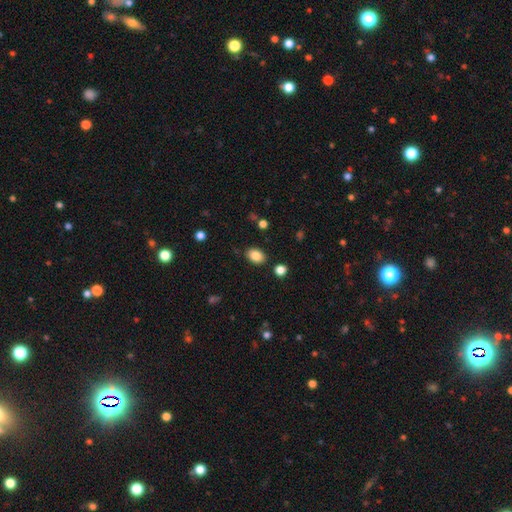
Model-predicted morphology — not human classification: A smooth galaxy with no disk features (85%) that is in between round and cigar-shaped (79%). Merging: none (84%).